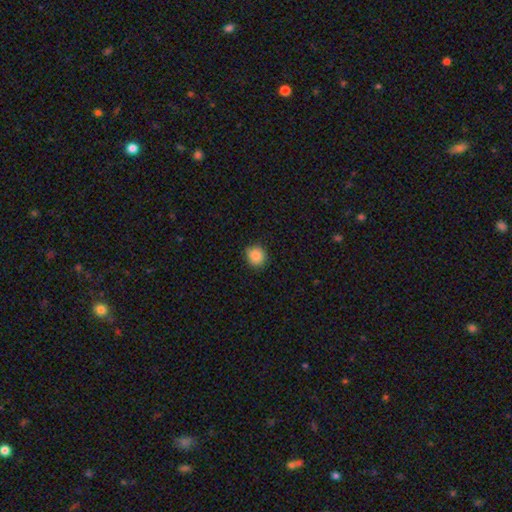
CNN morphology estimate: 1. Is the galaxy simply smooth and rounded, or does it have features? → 87% smooth, 9% star or artifact, 3% featured or disk.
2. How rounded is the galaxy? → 90% round, 9% in between, 1% cigar-shaped.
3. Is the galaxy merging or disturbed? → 88% none, 9% minor disturbance, 2% major disturbance, 1% merger.